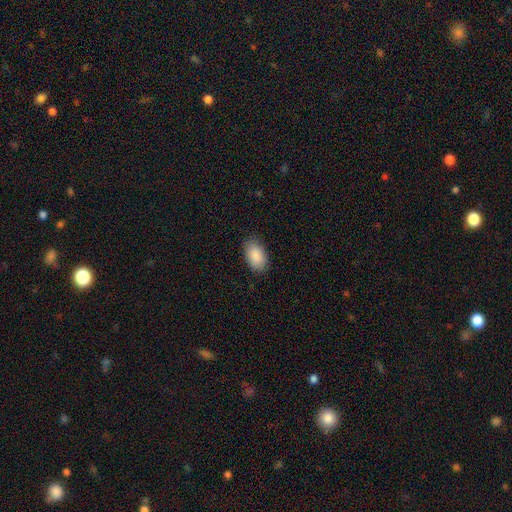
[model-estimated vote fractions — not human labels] Smooth or featured: smooth — 90% (star or artifact — 6%)
How rounded: in between — 94% (round — 5%)
Merging: none — 85% (minor disturbance — 12%)